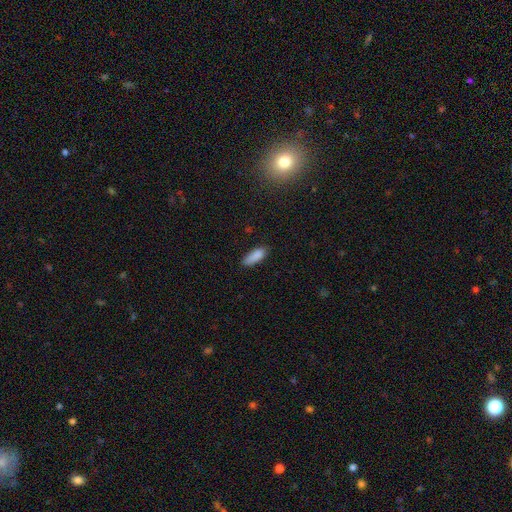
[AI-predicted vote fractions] smooth_or_featured: smooth (p=0.87) [alt: star or artifact p=0.08]
how_rounded: in between (p=0.67) [alt: cigar-shaped p=0.31]
merging: none (p=0.76) [alt: minor disturbance p=0.19]